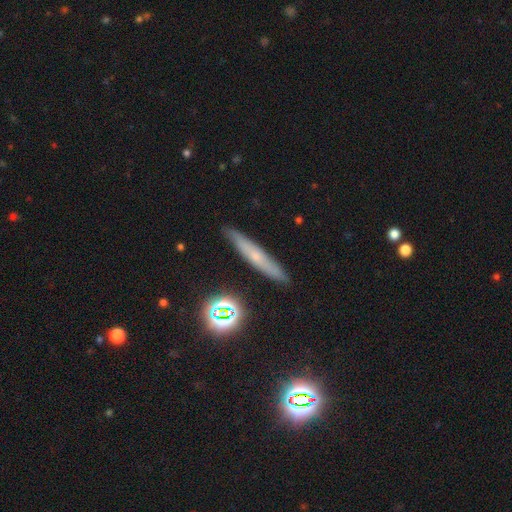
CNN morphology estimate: A smooth galaxy with no disk features (46%).

Vote fractions:
- Smooth or featured? smooth: 46% / featured or disk: 41% / star or artifact: 14%
- Merging? none: 87% / minor disturbance: 9% / major disturbance: 2% / merger: 2%